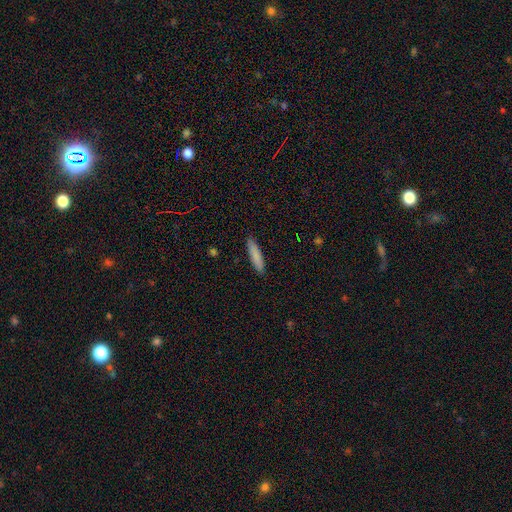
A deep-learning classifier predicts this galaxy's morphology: A smooth galaxy with no disk features (85%) that is cigar-shaped (85%).

Vote fractions:
- Smooth or featured? smooth: 85% / featured or disk: 9% / star or artifact: 6%
- How rounded? cigar-shaped: 85% / in between: 14% / round: 1%
- Merging? none: 90% / minor disturbance: 8% / major disturbance: 2% / merger: 1%